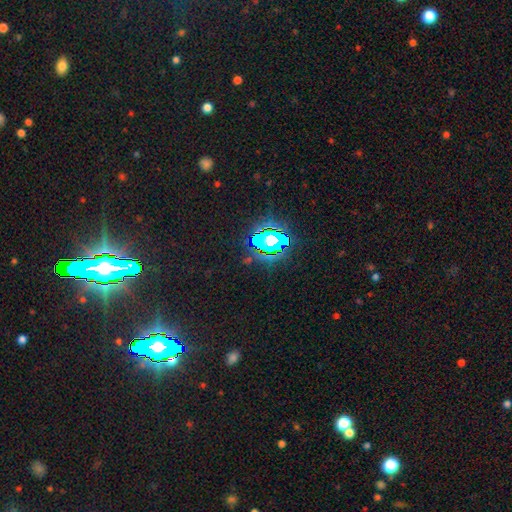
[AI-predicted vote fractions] A star or artifact, not a galaxy (84%).